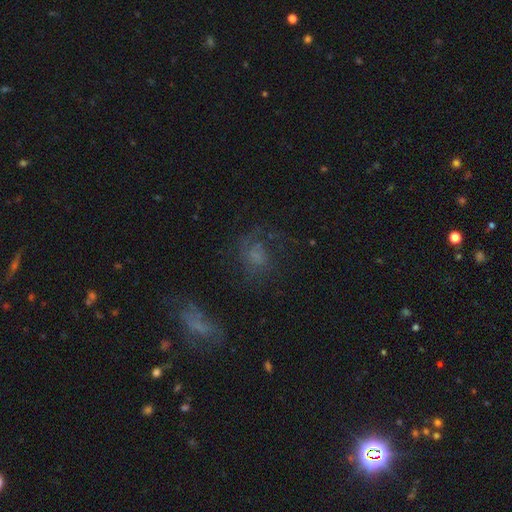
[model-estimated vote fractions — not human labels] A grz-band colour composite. It shows a featured or disk galaxy (47%). Merging: none (52%).